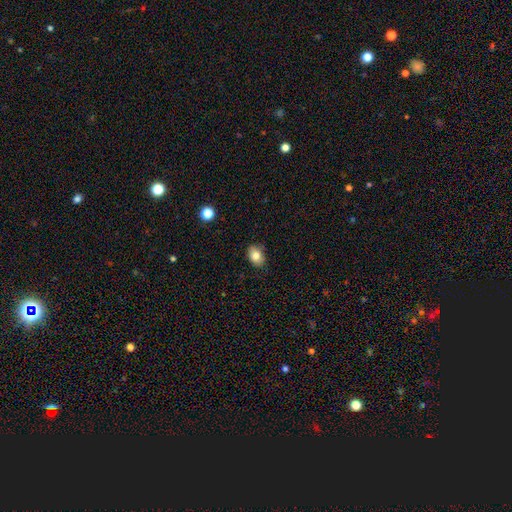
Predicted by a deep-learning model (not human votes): A smooth galaxy with no disk features (82%) that is in between round and cigar-shaped (75%).

Vote fractions:
- Smooth or featured? smooth: 82% / featured or disk: 9% / star or artifact: 9%
- How rounded? in between: 75% / round: 24% / cigar-shaped: 1%
- Merging? none: 81% / minor disturbance: 15% / major disturbance: 2% / merger: 1%